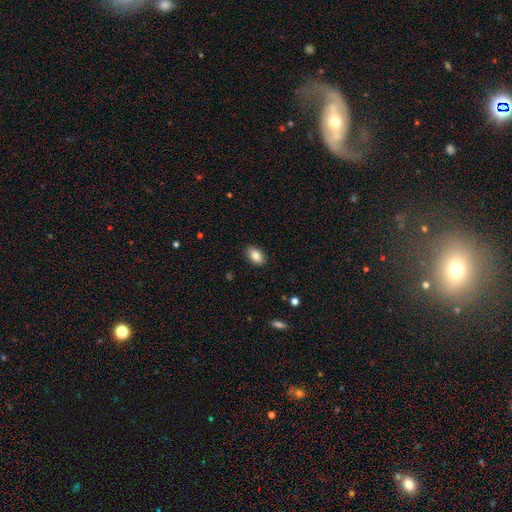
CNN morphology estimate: Smooth or featured? Predicted: smooth (p=0.84). How rounded? Predicted: in between (p=0.90). Merging? Predicted: none (p=0.88).